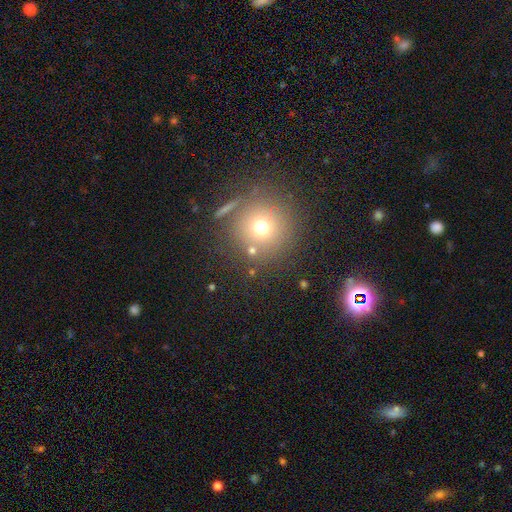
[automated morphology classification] A smooth galaxy with no disk features (52%) that is round (95%).

Vote fractions:
- Smooth or featured? smooth: 52% / star or artifact: 35% / featured or disk: 14%
- How rounded? round: 95% / in between: 4% / cigar-shaped: 1%
- Merging? none: 81% / minor disturbance: 9% / merger: 6% / major disturbance: 5%